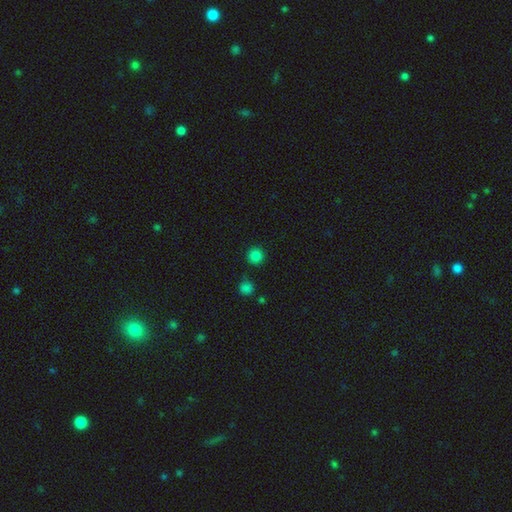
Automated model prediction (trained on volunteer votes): A smooth galaxy with no disk features (83%) that is round (95%).

Vote fractions:
- Smooth or featured? smooth: 83% / star or artifact: 13% / featured or disk: 4%
- How rounded? round: 95% / in between: 4% / cigar-shaped: 1%
- Merging? none: 89% / minor disturbance: 6% / merger: 3% / major disturbance: 2%